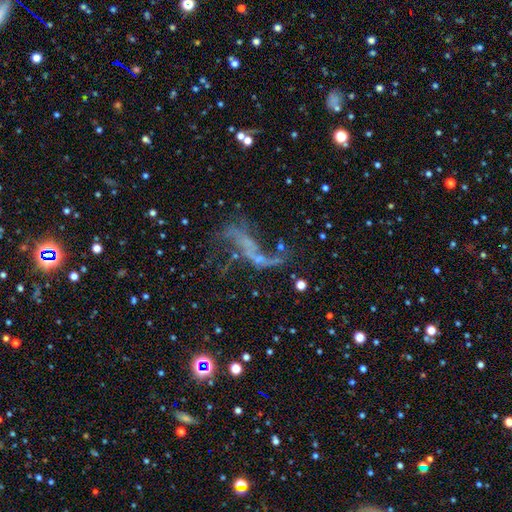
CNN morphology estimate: A featured or disk galaxy (66%) with no bar (68%), no spiral arms (51%) and no central bulge (73%).

Vote fractions:
- Smooth or featured? featured or disk: 66% / star or artifact: 20% / smooth: 14%
- Edge-on disk? no: 90% / yes: 10%
- Bar? no: 68% / weak: 19% / strong: 14%
- Spiral arms? no: 51% / yes: 49%
- Bulge size? none: 73% / small: 19% / moderate: 5% / large: 2% / dominant: 1%
- Merging? major disturbance: 38% / none: 32% / merger: 16% / minor disturbance: 14%